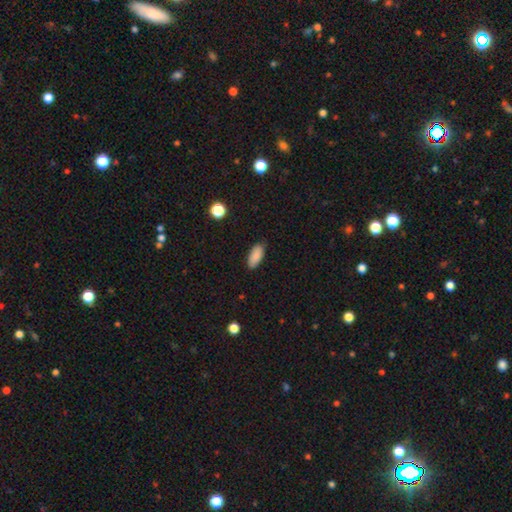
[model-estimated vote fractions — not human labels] Smooth or featured?
  - smooth: 88% *
  - star or artifact: 7%
  - featured or disk: 4%
How rounded?
  - in between: 87% *
  - cigar-shaped: 10%
  - round: 2%
Merging?
  - none: 85% *
  - minor disturbance: 12%
  - major disturbance: 2%
  - merger: 1%